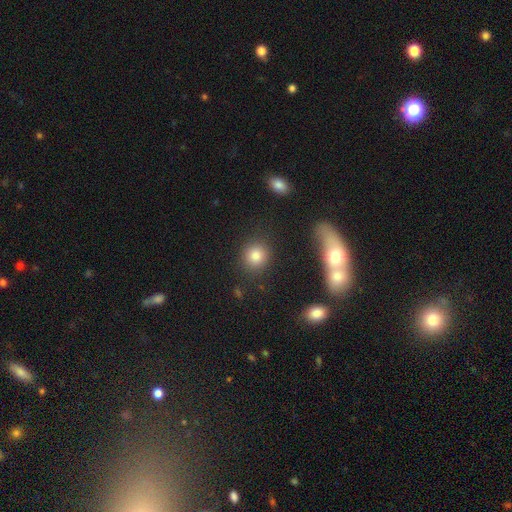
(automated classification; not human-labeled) A smooth galaxy with no disk features (80%) that is round (88%). Merging: none (86%).